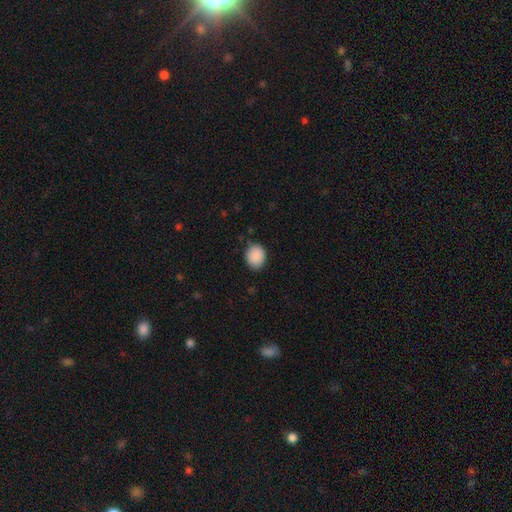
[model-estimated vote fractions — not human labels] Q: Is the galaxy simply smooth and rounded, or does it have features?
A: smooth — 90%.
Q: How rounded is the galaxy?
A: round — 61%.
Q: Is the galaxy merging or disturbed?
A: none — 82%.